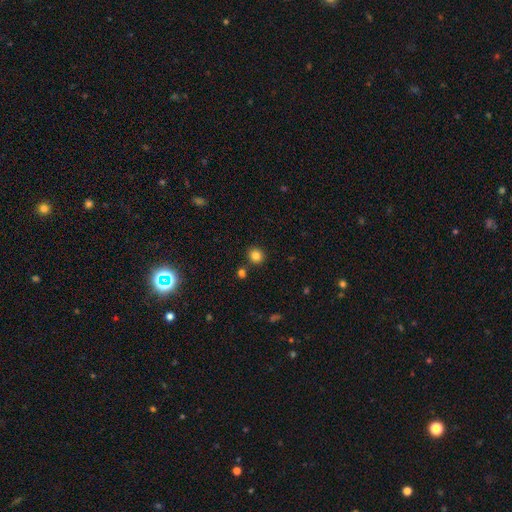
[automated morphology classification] This is clearly a smooth galaxy (84%). How rounded: clearly round (88%). Merging: clearly none (84%).